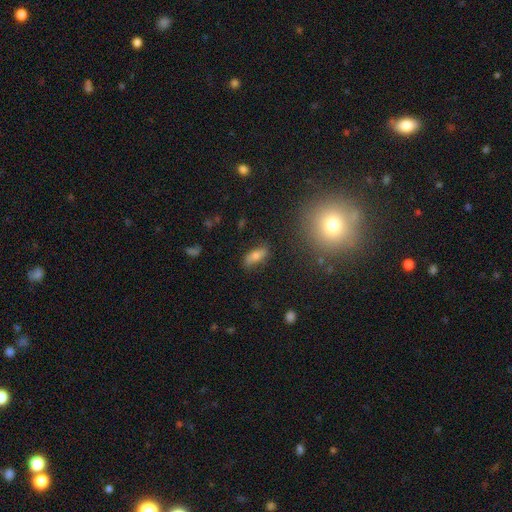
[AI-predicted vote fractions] A smooth galaxy with no disk features (64%) that is in between round and cigar-shaped (73%). Merging: none (80%).